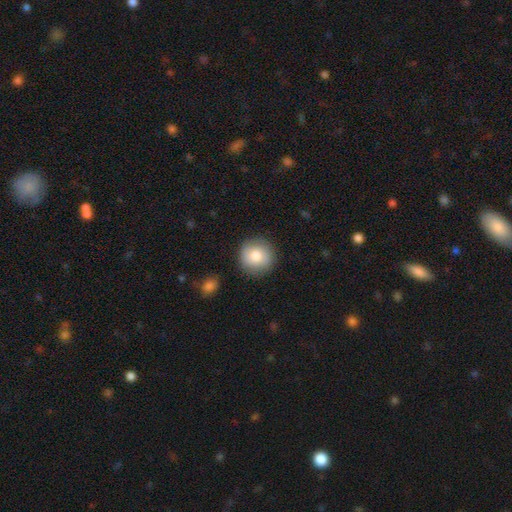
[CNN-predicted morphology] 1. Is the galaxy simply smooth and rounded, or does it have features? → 79% smooth, 13% featured or disk, 8% star or artifact.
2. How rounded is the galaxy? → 94% round, 5% in between, 1% cigar-shaped.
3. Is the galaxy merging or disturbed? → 87% none, 9% minor disturbance, 2% major disturbance, 2% merger.